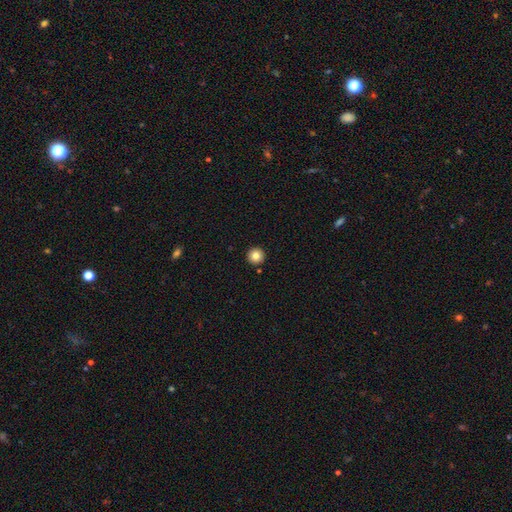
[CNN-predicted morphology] Smooth or featured: smooth — 82% (star or artifact — 11%)
How rounded: round — 96% (in between — 3%)
Merging: none — 93% (minor disturbance — 4%)